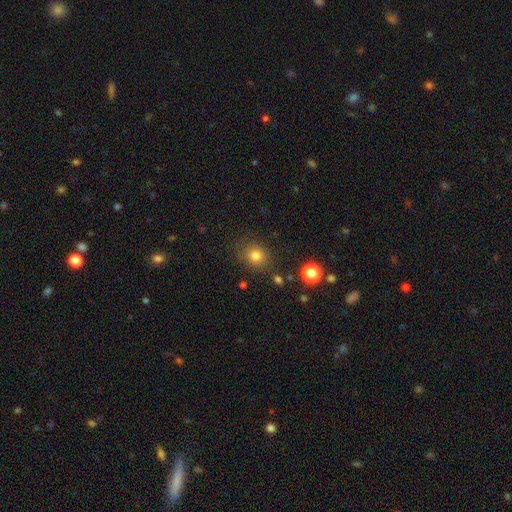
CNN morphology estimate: smooth-or-featured: smooth: 80% | star or artifact: 14% | featured or disk: 6%
  how-rounded: round: 78% | in between: 21% | cigar-shaped: 1%
  merging: none: 82% | minor disturbance: 11% | major disturbance: 4% | merger: 3%